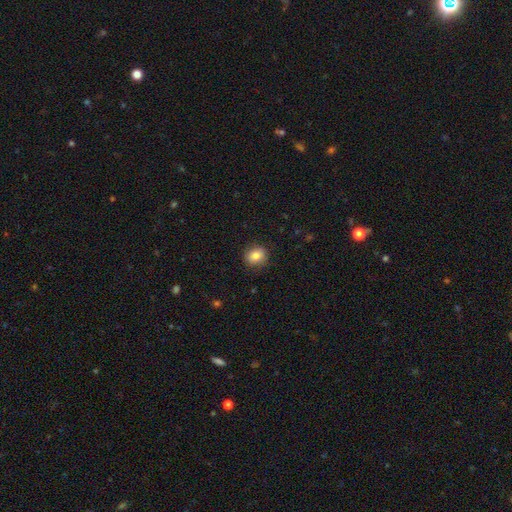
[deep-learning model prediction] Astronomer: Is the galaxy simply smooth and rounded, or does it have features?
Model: smooth — 83%.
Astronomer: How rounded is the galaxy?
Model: round — 71%.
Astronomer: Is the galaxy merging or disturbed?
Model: none — 87%.